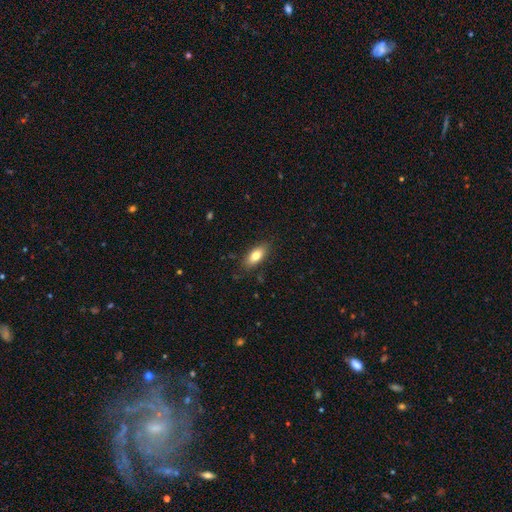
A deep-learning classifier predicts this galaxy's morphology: smooth 76%, featured or disk 17%, star or artifact 7%. Down the decision tree: how rounded — in between (83%); merging — none (83%).